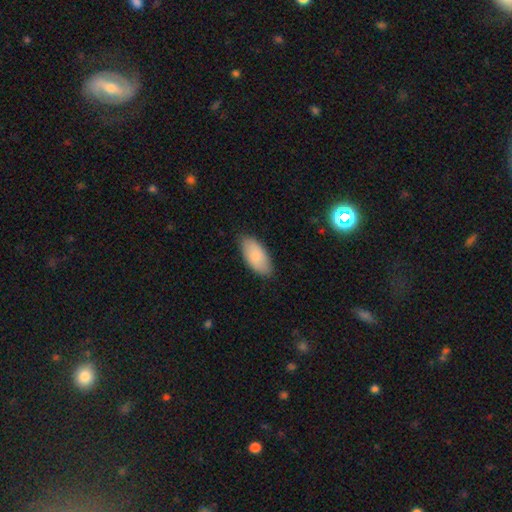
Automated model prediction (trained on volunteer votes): A smooth galaxy with no disk features (83%) that is in between round and cigar-shaped (93%). Merging: none (83%).